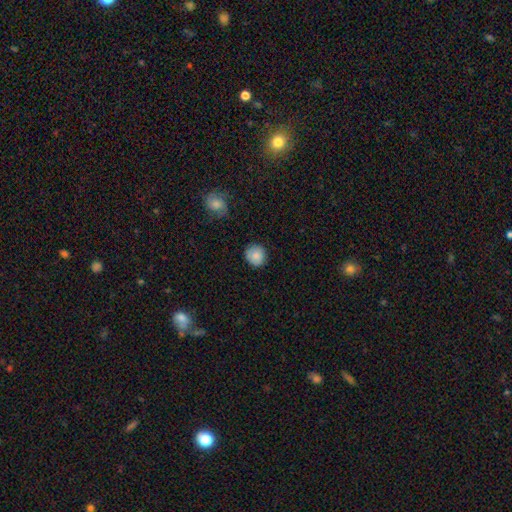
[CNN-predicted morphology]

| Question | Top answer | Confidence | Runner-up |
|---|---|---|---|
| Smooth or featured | smooth | 85% | star or artifact (8%) |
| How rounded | round | 89% | in between (11%) |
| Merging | none | 85% | minor disturbance (11%) |